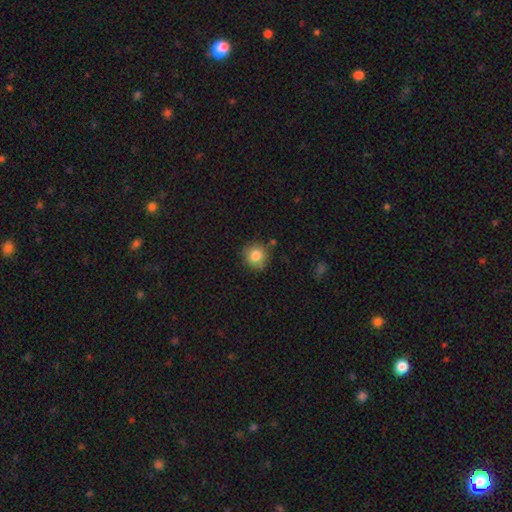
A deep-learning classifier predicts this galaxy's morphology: Smooth or featured? Predicted: smooth (p=0.83). How rounded? Predicted: round (p=0.90). Merging? Predicted: none (p=0.82).